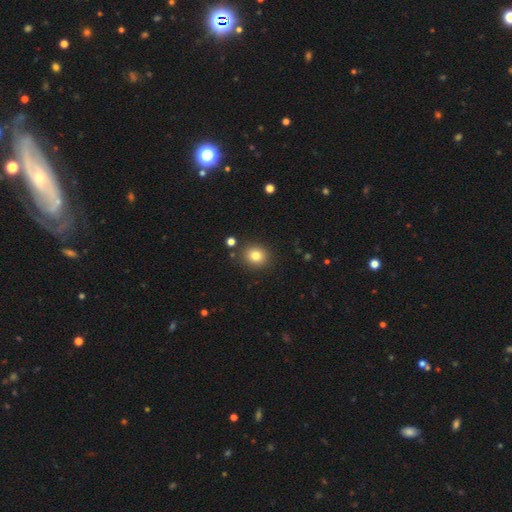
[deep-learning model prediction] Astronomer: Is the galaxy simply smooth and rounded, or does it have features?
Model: smooth — 80%.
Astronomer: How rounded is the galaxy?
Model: round — 78%.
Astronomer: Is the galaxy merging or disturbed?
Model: none — 87%.